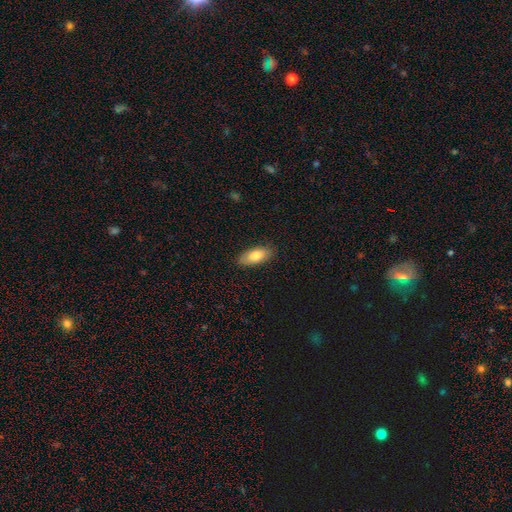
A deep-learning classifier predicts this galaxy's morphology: Smooth or featured?
  - smooth: 80% *
  - featured or disk: 14%
  - star or artifact: 6%
How rounded?
  - in between: 88% *
  - cigar-shaped: 10%
  - round: 2%
Merging?
  - none: 87% *
  - minor disturbance: 10%
  - major disturbance: 2%
  - merger: 1%